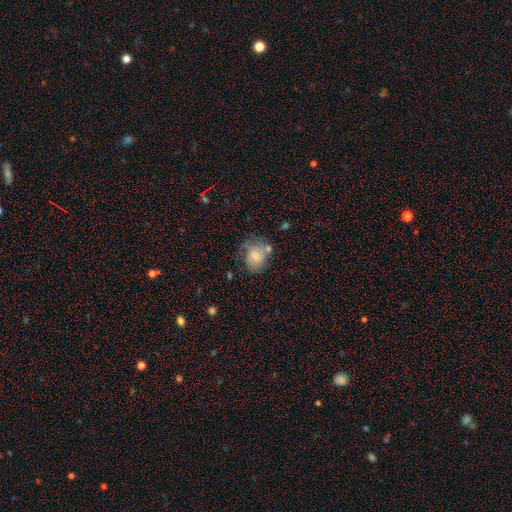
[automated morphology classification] Smooth or featured: smooth — 66% (featured or disk — 25%)
How rounded: round — 57% (in between — 42%)
Merging: none — 49% (minor disturbance — 26%)